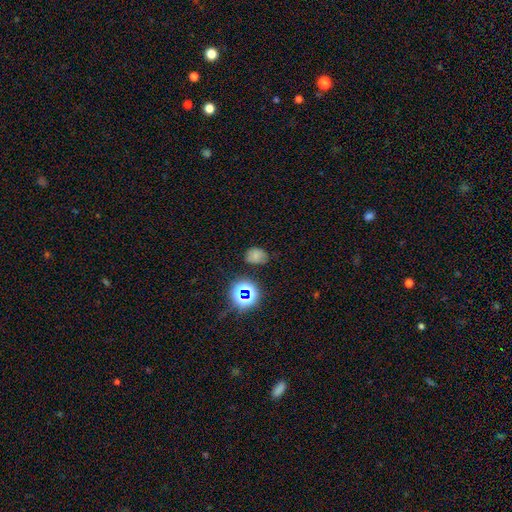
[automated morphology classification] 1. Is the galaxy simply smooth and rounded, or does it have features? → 66% smooth, 24% star or artifact, 10% featured or disk.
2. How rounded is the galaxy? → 58% in between, 41% round, 1% cigar-shaped.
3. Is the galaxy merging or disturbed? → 69% none, 22% minor disturbance, 6% major disturbance, 3% merger.